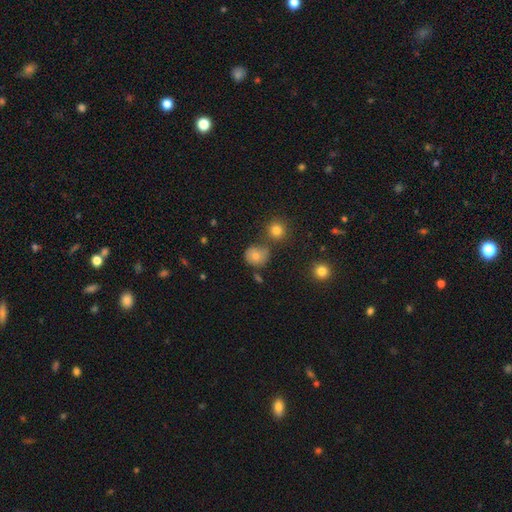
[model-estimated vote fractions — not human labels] Q: Smooth or featured?
A: smooth (77%); runner-up: star or artifact (13%)
Q: How rounded?
A: round (81%); runner-up: in between (18%)
Q: Merging?
A: none (61%); runner-up: minor disturbance (18%)